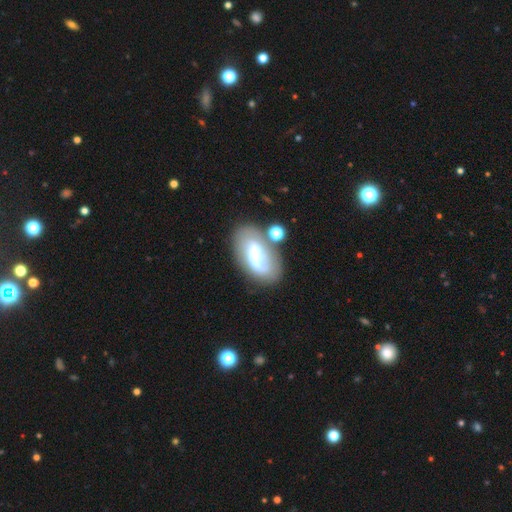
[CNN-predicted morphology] A featured or disk galaxy (50%).

Vote fractions:
- Smooth or featured? featured or disk: 50% / smooth: 41% / star or artifact: 9%
- Edge-on disk? no: 92% / yes: 8%
- Merging? none: 47% / minor disturbance: 22% / major disturbance: 16% / merger: 16%